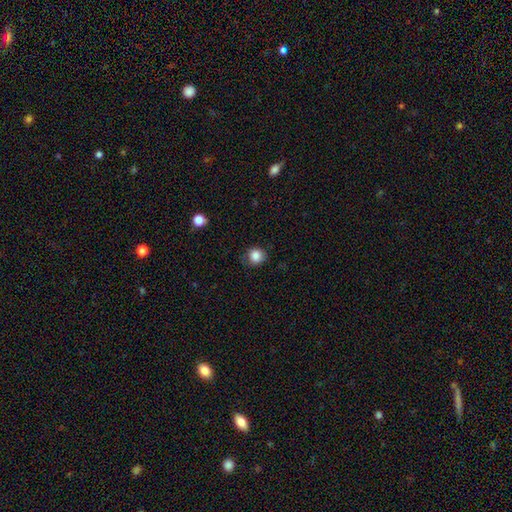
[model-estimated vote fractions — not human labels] This is clearly a smooth galaxy (85%). How rounded: clearly round (85%). Merging: likely none (76%).